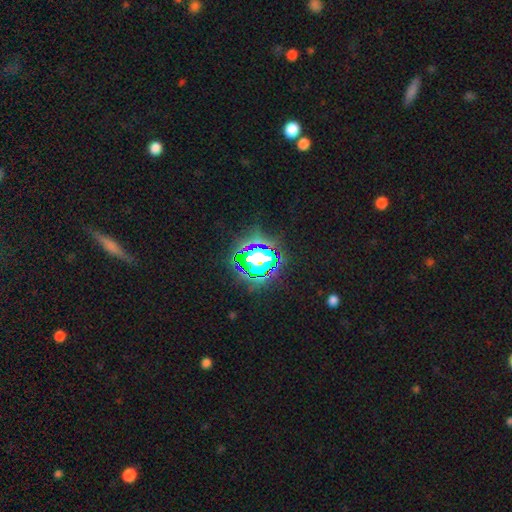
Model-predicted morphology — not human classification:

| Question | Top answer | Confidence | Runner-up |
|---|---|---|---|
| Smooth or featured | star or artifact | 61% | smooth (21%) |